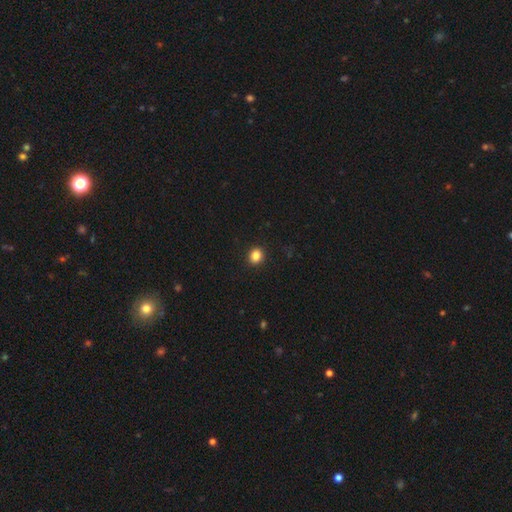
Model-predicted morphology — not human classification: This appears to be a smooth galaxy with no disk features (85%) that is round (76%). Merging: none (92%).